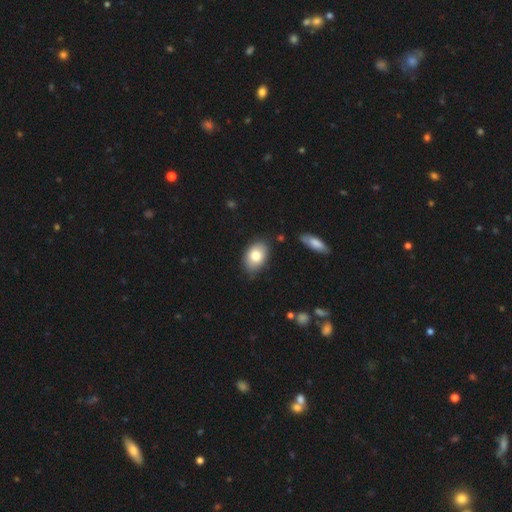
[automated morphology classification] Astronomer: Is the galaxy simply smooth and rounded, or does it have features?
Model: smooth — 79%.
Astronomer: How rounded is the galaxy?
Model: in between — 86%.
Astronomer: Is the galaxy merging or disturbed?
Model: none — 79%.